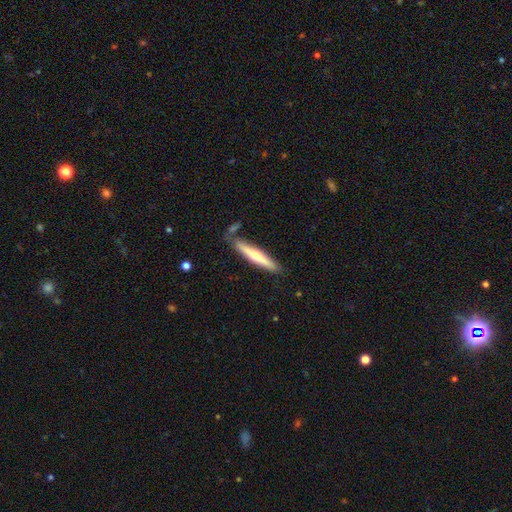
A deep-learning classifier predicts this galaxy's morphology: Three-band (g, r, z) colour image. It shows a featured or disk galaxy (50%). Merging: none (78%).